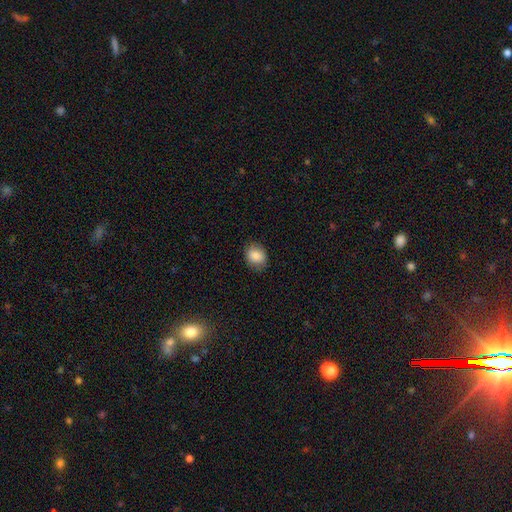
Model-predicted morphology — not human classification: smooth-or-featured: smooth: 85% | star or artifact: 8% | featured or disk: 7%
  how-rounded: round: 51% | in between: 48% | cigar-shaped: 1%
  merging: none: 83% | minor disturbance: 13% | major disturbance: 3% | merger: 1%